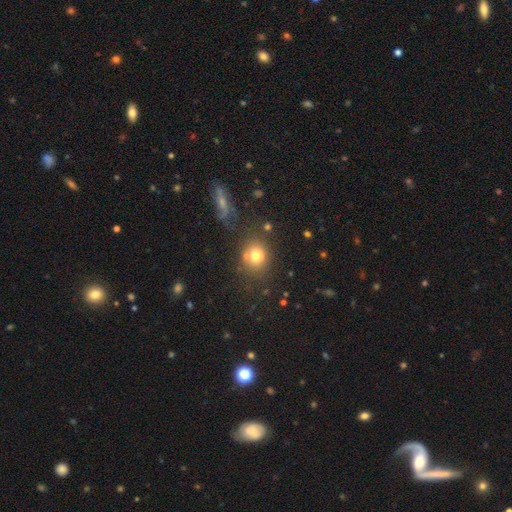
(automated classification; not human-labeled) Smooth or featured?
  - smooth: 73% *
  - featured or disk: 14%
  - star or artifact: 14%
How rounded?
  - round: 77% *
  - in between: 22%
  - cigar-shaped: 1%
Merging?
  - none: 66% *
  - minor disturbance: 15%
  - merger: 12%
  - major disturbance: 7%